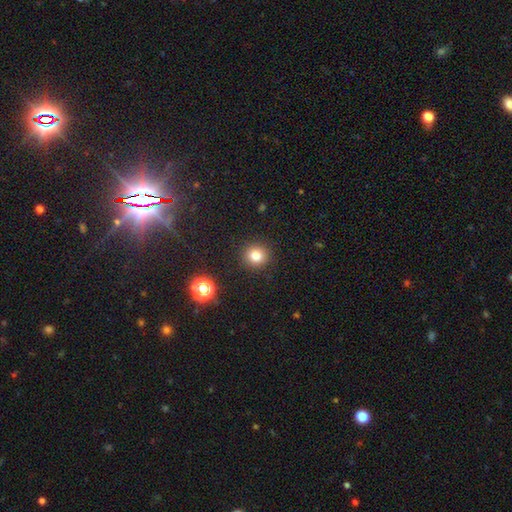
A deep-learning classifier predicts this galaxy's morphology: smooth-or-featured: smooth: 81% | star or artifact: 14% | featured or disk: 6%
  how-rounded: round: 90% | in between: 9% | cigar-shaped: 1%
  merging: none: 91% | minor disturbance: 6% | major disturbance: 2% | merger: 1%